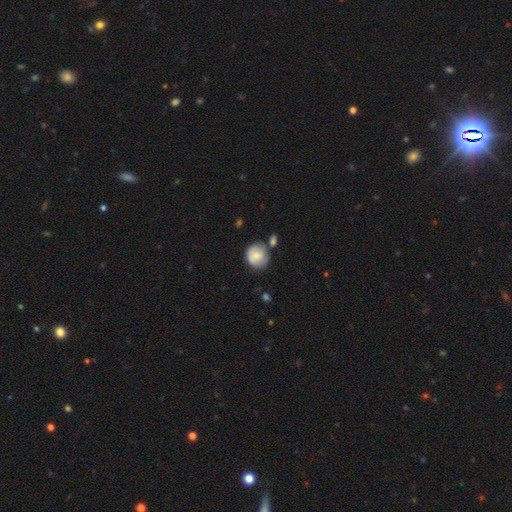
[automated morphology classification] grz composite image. It shows a smooth galaxy with no disk features (67%) that is round (82%). Merging: none (60%).